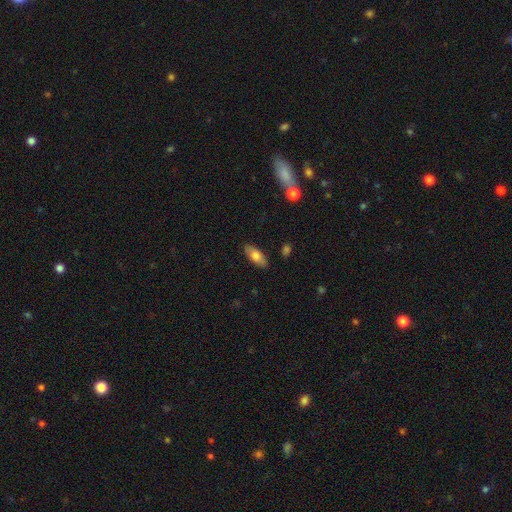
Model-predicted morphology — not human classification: Smooth or featured? Predicted: smooth (p=0.76). How rounded? Predicted: in between (p=0.83). Merging? Predicted: none (p=0.87).